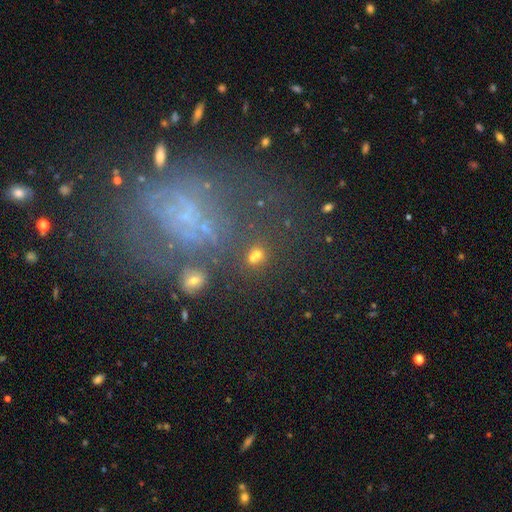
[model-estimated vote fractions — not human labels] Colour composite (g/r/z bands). It shows a smooth galaxy with no disk features (61%) that is round (69%). Merging: none (58%).